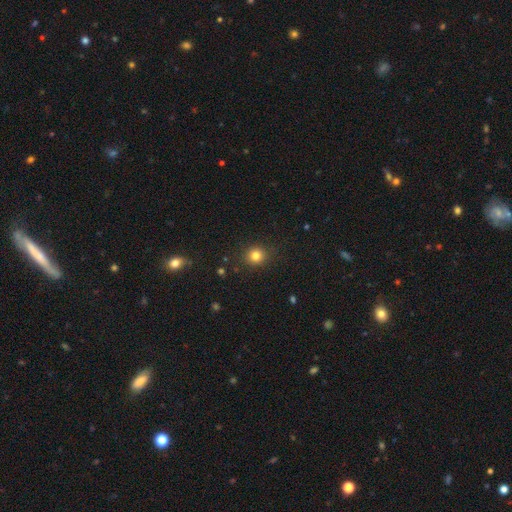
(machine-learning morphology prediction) smooth-or-featured: smooth: 81% | star or artifact: 13% | featured or disk: 6%
  how-rounded: round: 87% | in between: 12% | cigar-shaped: 1%
  merging: none: 89% | minor disturbance: 7% | major disturbance: 2% | merger: 1%